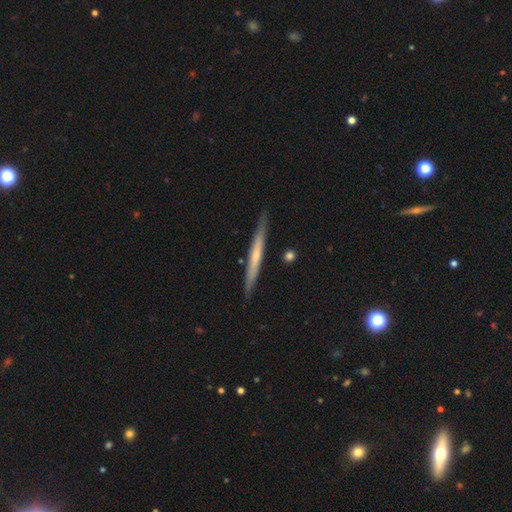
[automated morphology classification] type=featured or disk (54%); edge-on=yes (95%); edge-on bulge=none (61%); merging=none (87%).